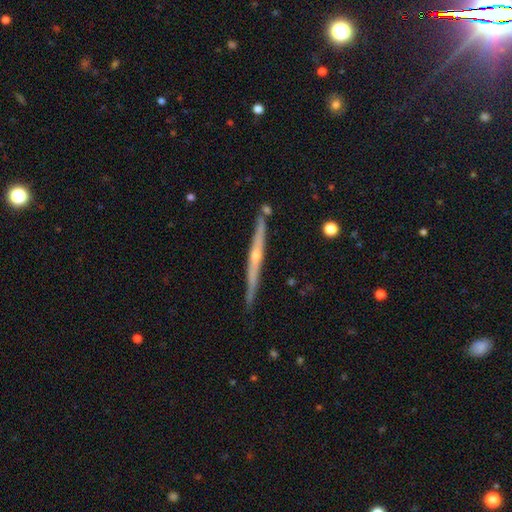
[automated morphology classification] Smooth or featured? Predicted: featured or disk (p=0.81). Edge-on disk? Predicted: yes (p=0.98). Edge-on bulge? Predicted: rounded (p=0.74). Merging? Predicted: none (p=0.88).